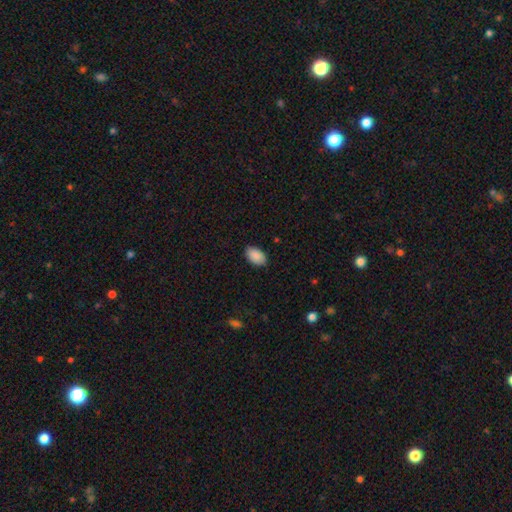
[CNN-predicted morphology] A smooth galaxy with no disk features (90%) that is in between round and cigar-shaped (93%).

Vote fractions:
- Smooth or featured? smooth: 90% / star or artifact: 6% / featured or disk: 3%
- How rounded? in between: 93% / round: 6% / cigar-shaped: 1%
- Merging? none: 87% / minor disturbance: 10% / major disturbance: 2% / merger: 1%